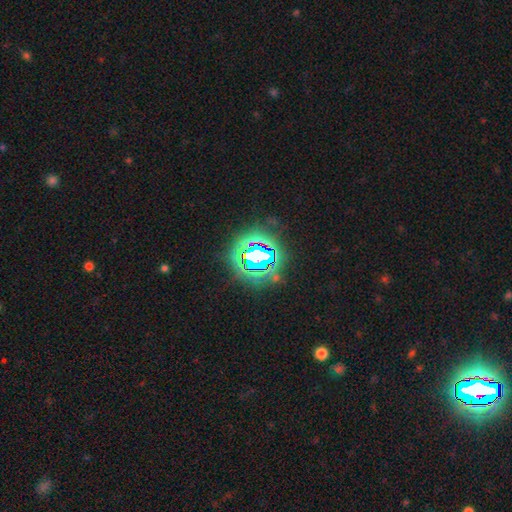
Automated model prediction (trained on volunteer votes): Overall: star or artifact (76%).